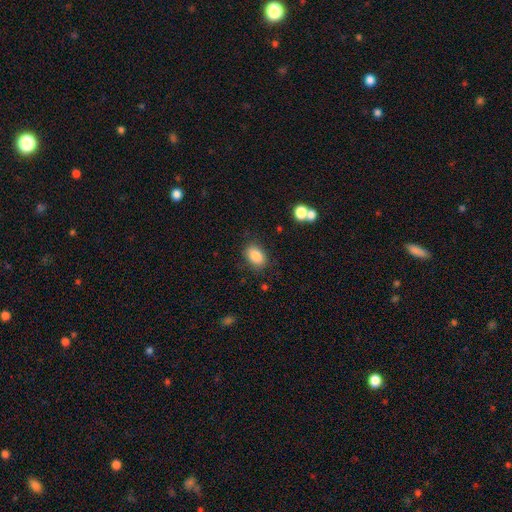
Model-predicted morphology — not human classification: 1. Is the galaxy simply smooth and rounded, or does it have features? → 85% smooth, 9% star or artifact, 6% featured or disk.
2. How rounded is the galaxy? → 84% in between, 15% round, 1% cigar-shaped.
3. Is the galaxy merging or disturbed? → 83% none, 12% minor disturbance, 3% major disturbance, 2% merger.